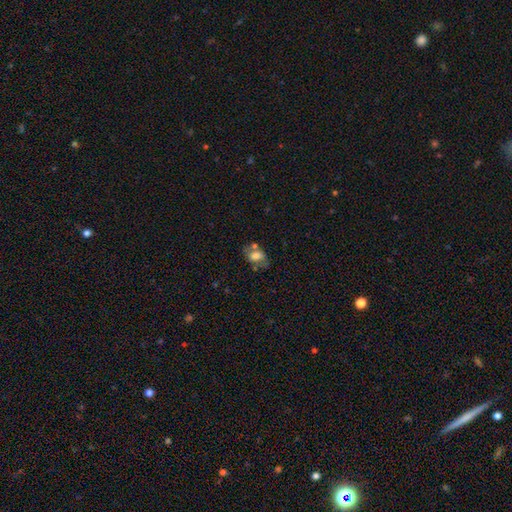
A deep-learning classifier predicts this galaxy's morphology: smooth-or-featured: smooth: 63% | featured or disk: 27% | star or artifact: 10%
  how-rounded: in between: 83% | round: 15% | cigar-shaped: 2%
  merging: none: 49% | merger: 21% | minor disturbance: 20% | major disturbance: 10%